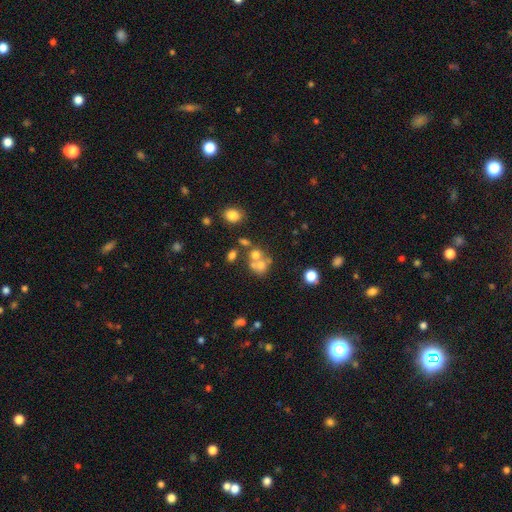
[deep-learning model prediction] Q: Smooth or featured?
A: smooth (57%); runner-up: featured or disk (25%)
Q: How rounded?
A: round (70%); runner-up: in between (29%)
Q: Merging?
A: merger (51%); runner-up: none (34%)